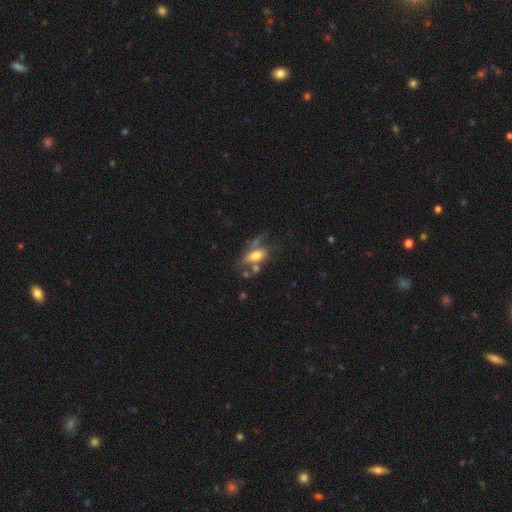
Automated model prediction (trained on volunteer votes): This appears to be a smooth galaxy with no disk features (56%) that is in between round and cigar-shaped (77%). Merging: none (36%).